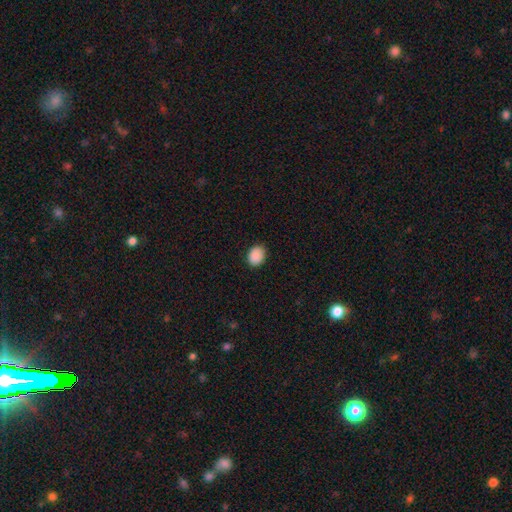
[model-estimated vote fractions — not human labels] A smooth galaxy with no disk features (90%) that is in between round and cigar-shaped (59%). Merging: none (88%).